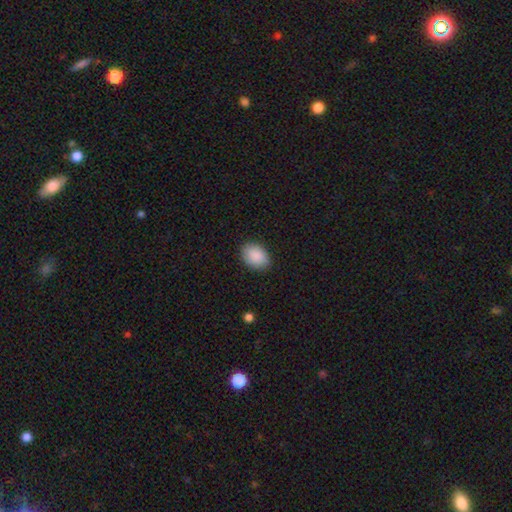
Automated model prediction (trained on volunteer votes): smooth 90%, star or artifact 7%, featured or disk 4%. Down the decision tree: how rounded — in between (79%); merging — none (86%).